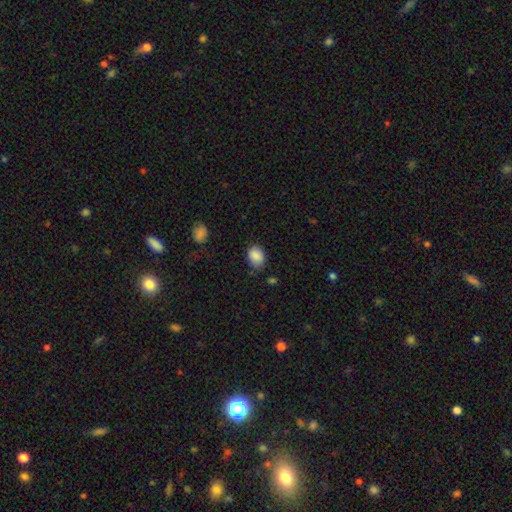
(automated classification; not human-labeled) Smooth or featured?
  - smooth: 88% *
  - star or artifact: 8%
  - featured or disk: 4%
How rounded?
  - in between: 65% *
  - round: 35%
  - cigar-shaped: 1%
Merging?
  - none: 74% *
  - minor disturbance: 20%
  - major disturbance: 4%
  - merger: 2%